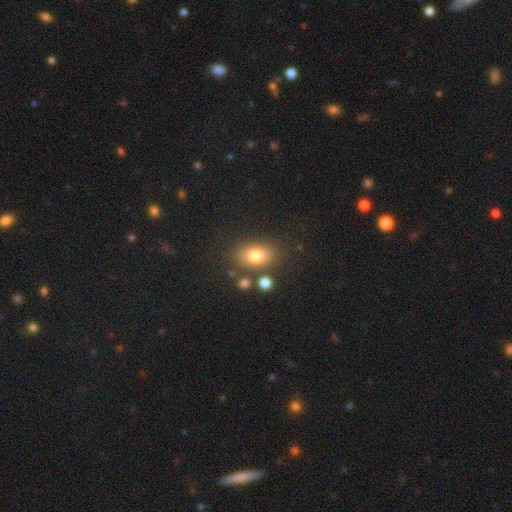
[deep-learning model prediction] Overall: smooth (77%). How rounded: in between (77%). Merging: none (77%).